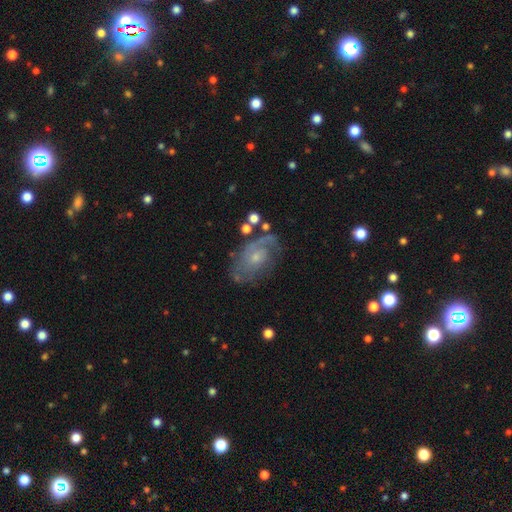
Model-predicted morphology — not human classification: The model was most divided on "spiral winding": tight: 45%, medium: 38%, loose: 17%. Remaining: edge-on disk — no (96%); spiral arms — yes (87%); smooth or featured — featured or disk (76%); bar — no (72%); bulge size — small (65%); merging — none (61%); spiral arm count — 2 (38%).